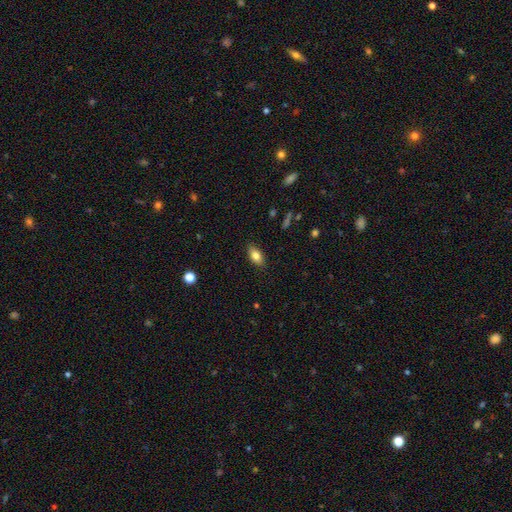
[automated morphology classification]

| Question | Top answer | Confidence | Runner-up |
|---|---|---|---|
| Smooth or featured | smooth | 81% | featured or disk (11%) |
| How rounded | in between | 87% | cigar-shaped (7%) |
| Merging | none | 86% | minor disturbance (11%) |